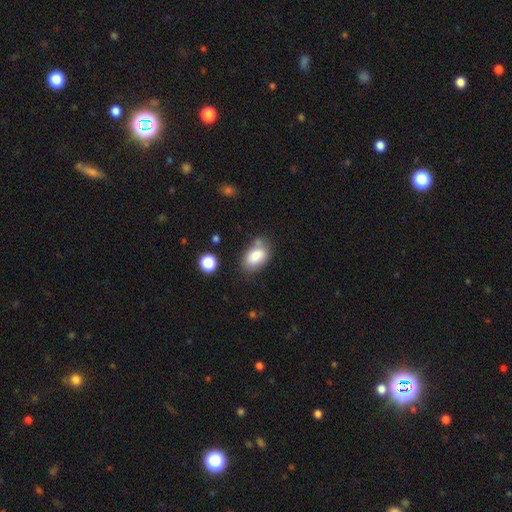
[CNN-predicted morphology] Overall: smooth (82%). How rounded: in between (90%). Merging: none (60%; minor disturbance 22%).